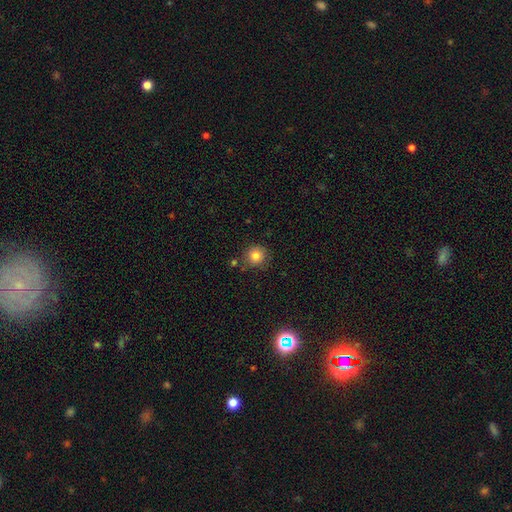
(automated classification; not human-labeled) A smooth galaxy with no disk features (81%) that is round (92%). Merging: none (79%).